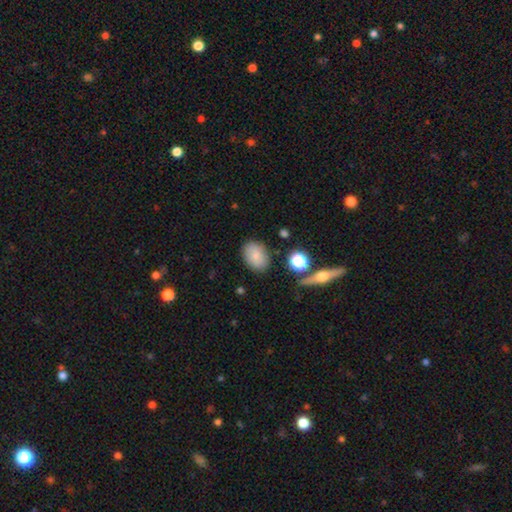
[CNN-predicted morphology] The model was most divided on "how rounded": in between: 77%, round: 22%, cigar-shaped: 1%. More confident: merging — none (82%); smooth or featured — smooth (81%).